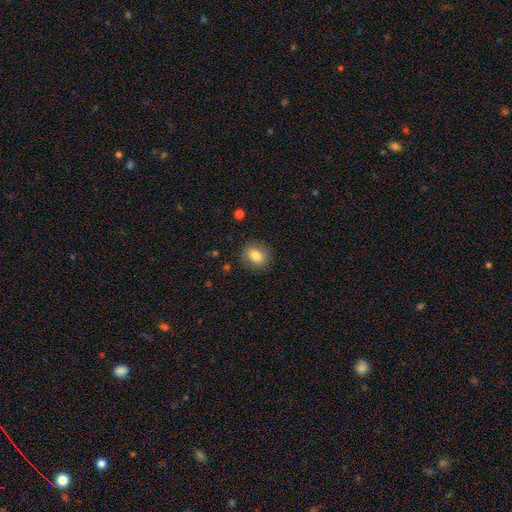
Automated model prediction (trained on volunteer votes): This is likely a smooth galaxy (80%). How rounded: possibly round (59%). Merging: clearly none (86%).